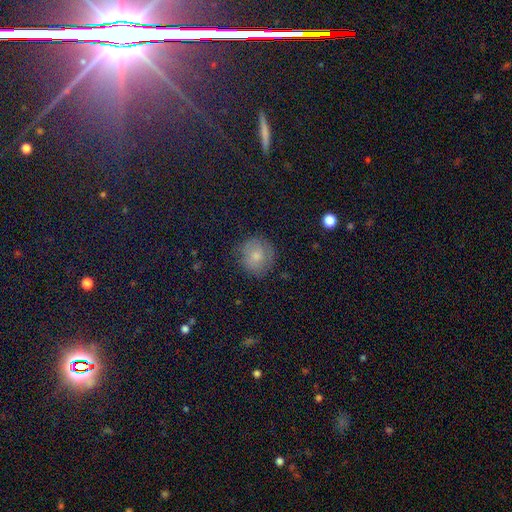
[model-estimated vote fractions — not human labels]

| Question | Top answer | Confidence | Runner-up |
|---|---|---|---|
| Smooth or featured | smooth | 70% | featured or disk (18%) |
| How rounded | round | 88% | in between (11%) |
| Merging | none | 77% | minor disturbance (17%) |